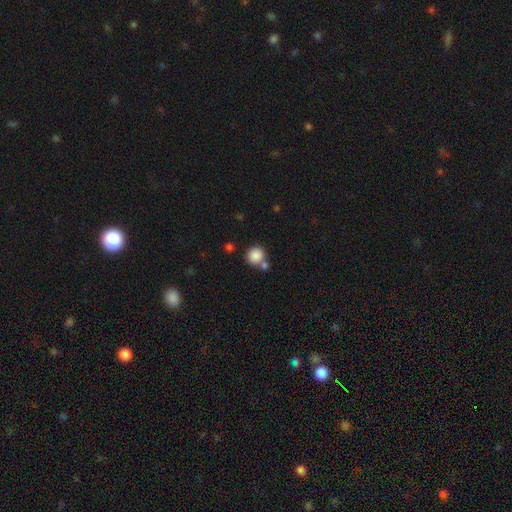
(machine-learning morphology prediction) Overall: smooth (86%). How rounded: round (89%). Merging: none (59%; merger 28%).